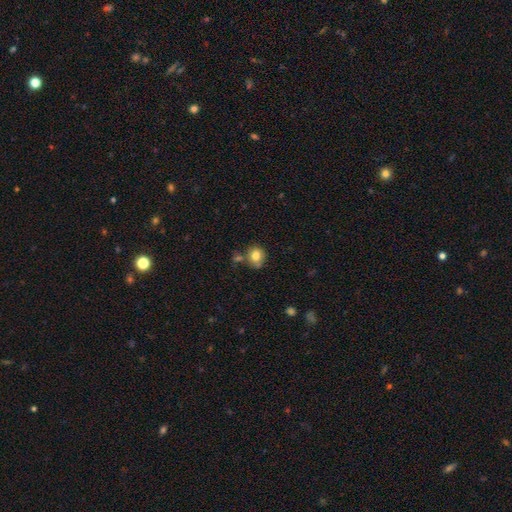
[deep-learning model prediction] smooth-or-featured: smooth: 80% | featured or disk: 10% | star or artifact: 10%
  how-rounded: round: 71% | in between: 28% | cigar-shaped: 1%
  merging: none: 63% | minor disturbance: 19% | merger: 13% | major disturbance: 5%